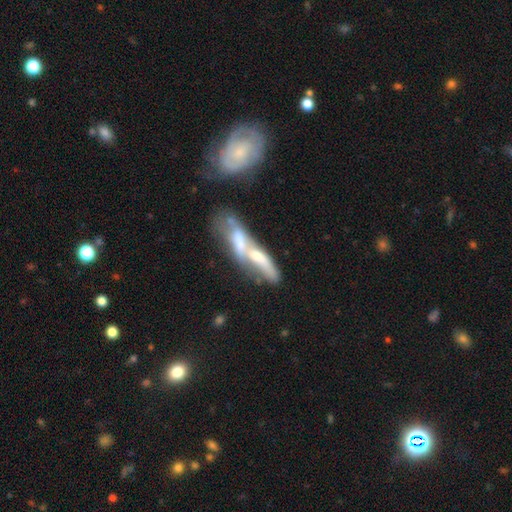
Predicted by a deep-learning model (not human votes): Q: Smooth or featured?
A: featured or disk (63%); runner-up: smooth (28%)
Q: Edge-on disk?
A: no (58%); runner-up: yes (42%)
Q: Merging?
A: merger (54%); runner-up: none (23%)